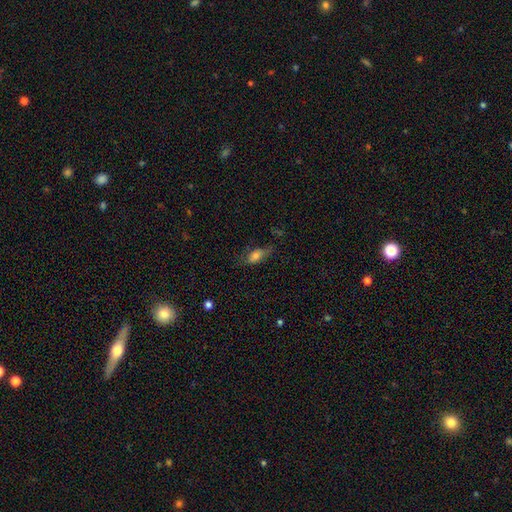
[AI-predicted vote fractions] A smooth galaxy with no disk features (69%) that is in between round and cigar-shaped (79%).

Vote fractions:
- Smooth or featured? smooth: 69% / featured or disk: 21% / star or artifact: 9%
- How rounded? in between: 79% / cigar-shaped: 17% / round: 5%
- Merging? none: 58% / minor disturbance: 26% / major disturbance: 13% / merger: 2%